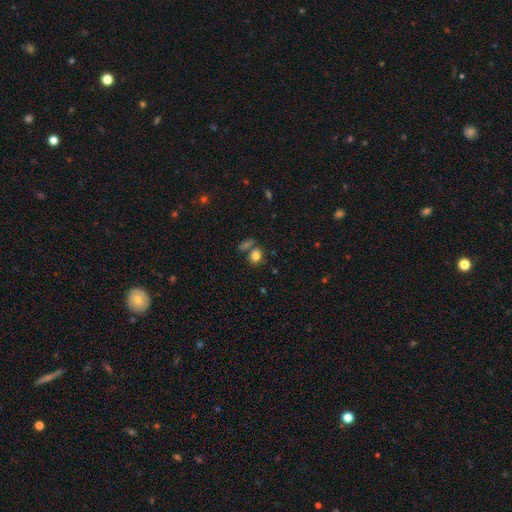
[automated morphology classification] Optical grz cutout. It shows a smooth galaxy with no disk features (81%) that is in between round and cigar-shaped (60%). Merging: none (63%).